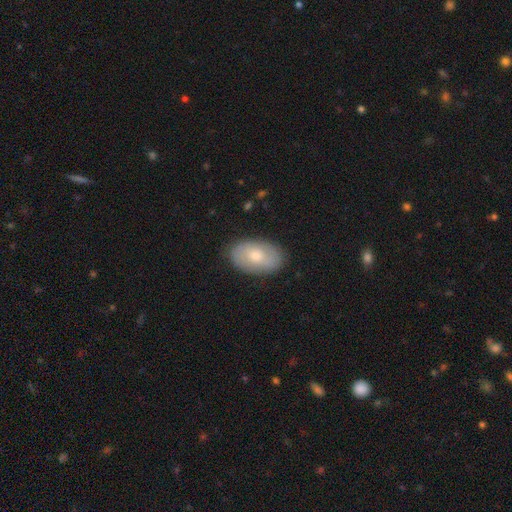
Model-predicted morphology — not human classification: Overall: smooth (64%; featured or disk 30%). How rounded: in between (92%). Merging: none (84%).